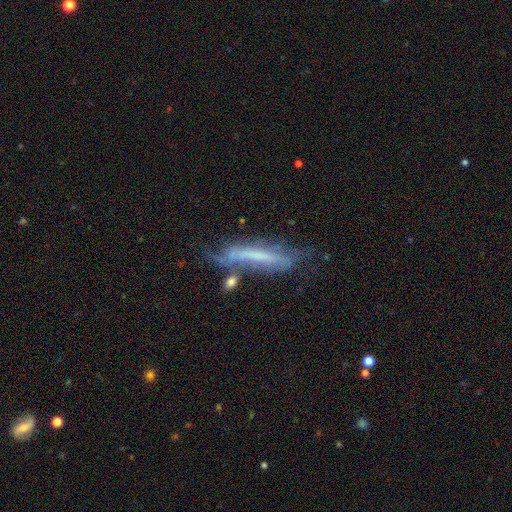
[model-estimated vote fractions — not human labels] Smooth or featured? Predicted: featured or disk (p=0.53). Edge-on disk? Predicted: yes (p=0.67). Merging? Predicted: none (p=0.42).